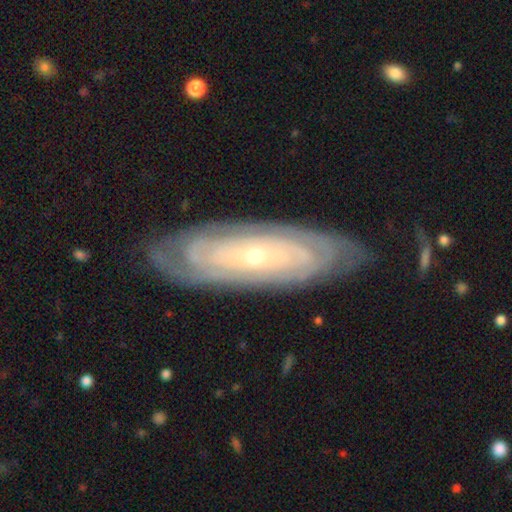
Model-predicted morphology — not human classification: A featured or disk galaxy (84%) with no bar (77%), tight (85%) spiral arms (93%) and a small central bulge (80%).

Vote fractions:
- Smooth or featured? featured or disk: 84% / smooth: 10% / star or artifact: 6%
- Edge-on disk? no: 87% / yes: 13%
- Bar? no: 77% / weak: 15% / strong: 7%
- Spiral arms? yes: 93% / no: 7%
- Spiral winding? tight: 85% / medium: 12% / loose: 3%
- Spiral arm count? can't tell: 50% / 2: 13% / 4: 12% / more than 4: 10% / 3: 9% / 1: 5%
- Bulge size? small: 80% / moderate: 17% / large: 1% / none: 1% / dominant: 1%
- Merging? none: 81% / minor disturbance: 14% / major disturbance: 4% / merger: 1%